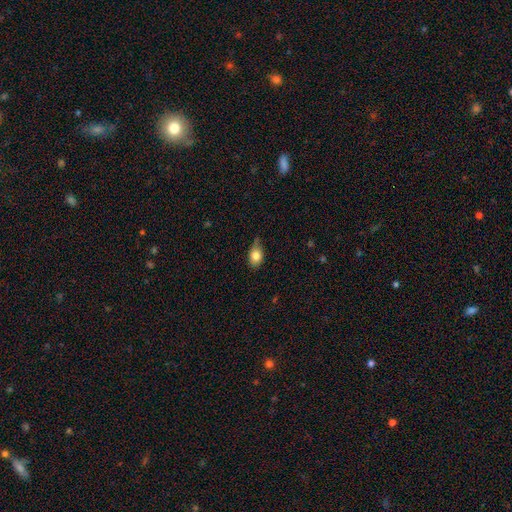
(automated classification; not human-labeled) smooth-or-featured: smooth: 81% | featured or disk: 11% | star or artifact: 8%
  how-rounded: in between: 77% | round: 20% | cigar-shaped: 3%
  merging: none: 53% | minor disturbance: 37% | major disturbance: 8% | merger: 2%